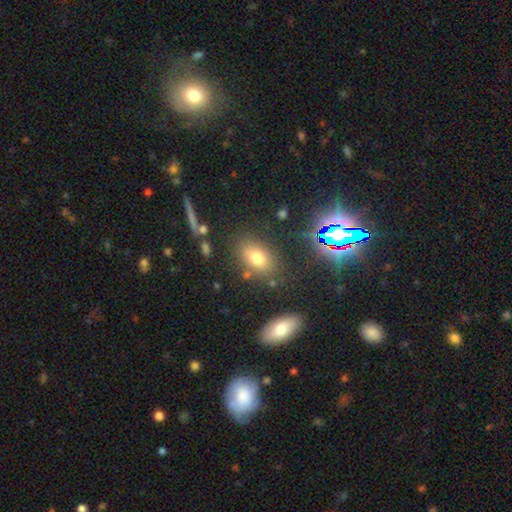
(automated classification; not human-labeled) This is likely a smooth galaxy (62%). How rounded: clearly in between (81%). Merging: clearly none (81%).